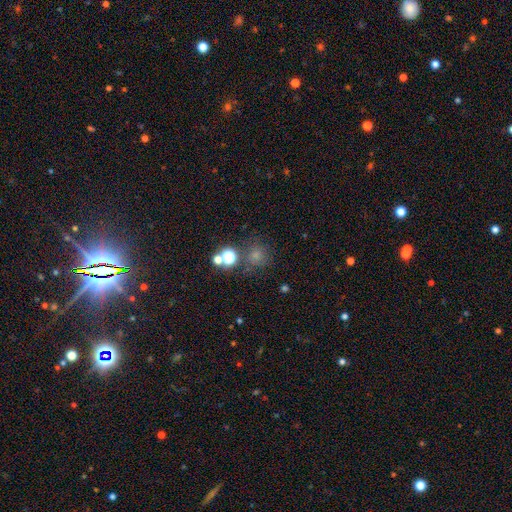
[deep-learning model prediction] Morphology: type=smooth (68%); roundness=round (90%); merging=none (71%).